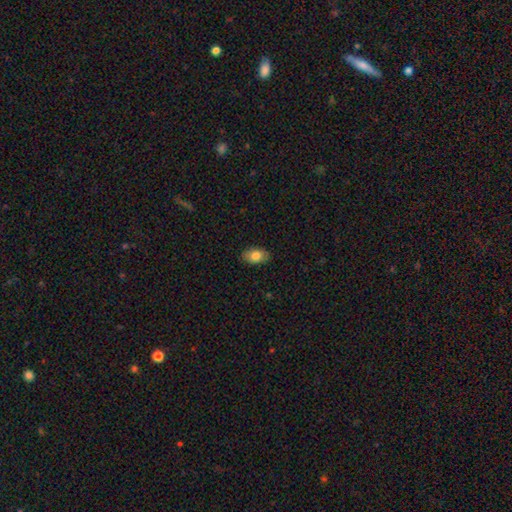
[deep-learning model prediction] This is clearly a smooth galaxy (81%). How rounded: clearly in between (90%). Merging: clearly none (87%).